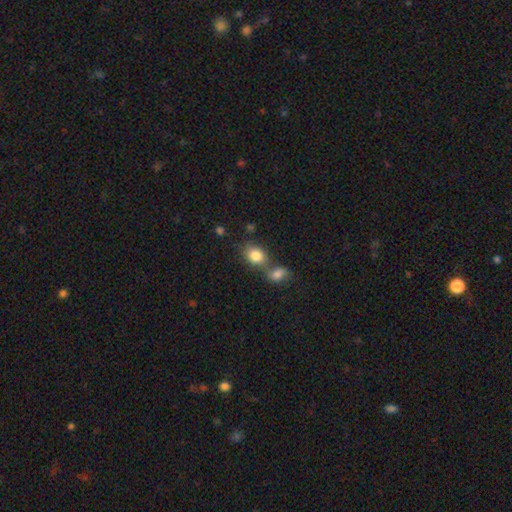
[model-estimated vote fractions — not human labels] A smooth galaxy with no disk features (84%) that is in between round and cigar-shaped (49%, tied with round). Merging: merger (44%).